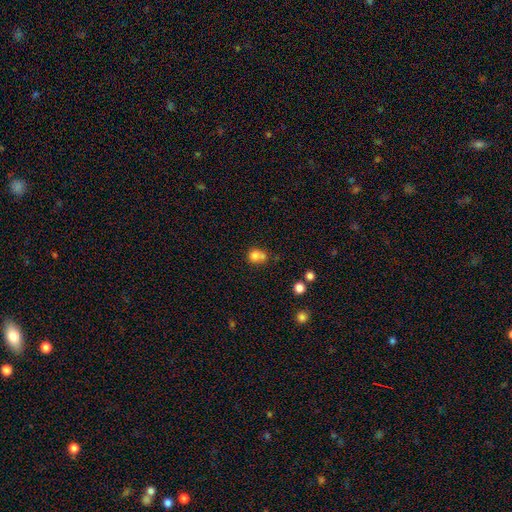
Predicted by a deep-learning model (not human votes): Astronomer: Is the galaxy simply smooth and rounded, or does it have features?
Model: smooth — 77%.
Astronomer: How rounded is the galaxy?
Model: round — 71%.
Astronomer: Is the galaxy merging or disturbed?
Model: merger — 42% (runner-up: none, 38%).